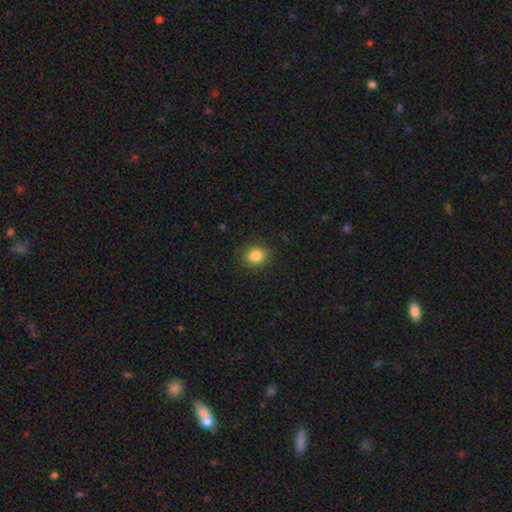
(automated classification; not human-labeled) smooth_or_featured: smooth (p=0.85) [alt: star or artifact p=0.10]
how_rounded: round (p=0.76) [alt: in between p=0.23]
merging: none (p=0.86) [alt: minor disturbance p=0.10]